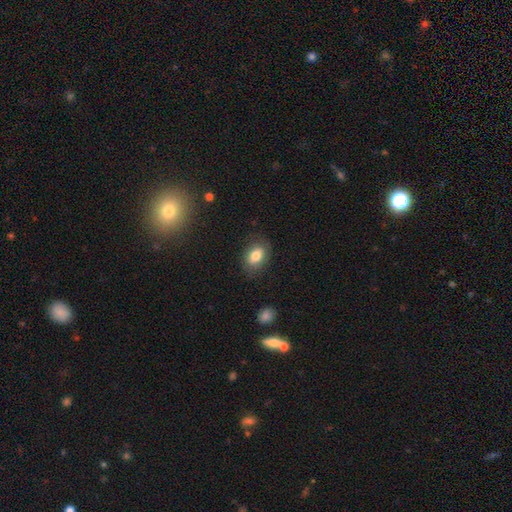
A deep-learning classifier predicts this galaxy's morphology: smooth-or-featured: smooth: 79% | featured or disk: 13% | star or artifact: 8%
  how-rounded: in between: 83% | round: 15% | cigar-shaped: 1%
  merging: none: 79% | minor disturbance: 15% | major disturbance: 5% | merger: 1%